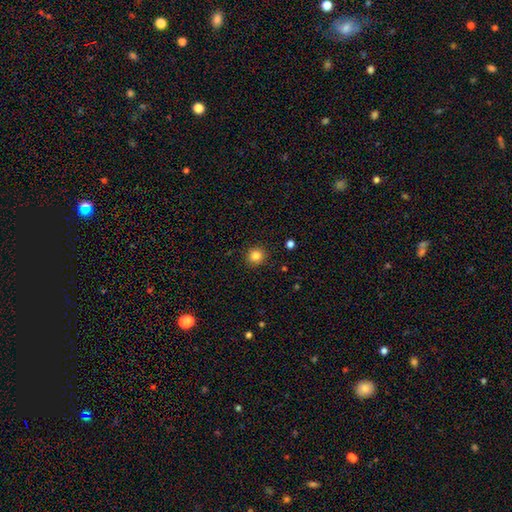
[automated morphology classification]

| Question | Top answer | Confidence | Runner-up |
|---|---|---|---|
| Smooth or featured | smooth | 84% | star or artifact (11%) |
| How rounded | round | 90% | in between (9%) |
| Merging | none | 91% | minor disturbance (6%) |